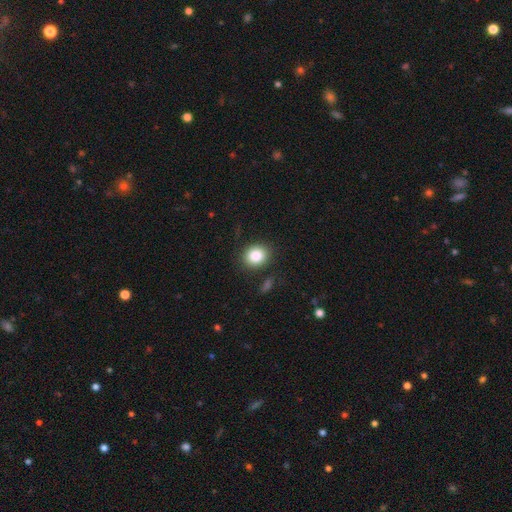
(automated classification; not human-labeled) This appears to be a smooth galaxy with no disk features (85%) that is round (68%). Merging: none (85%).